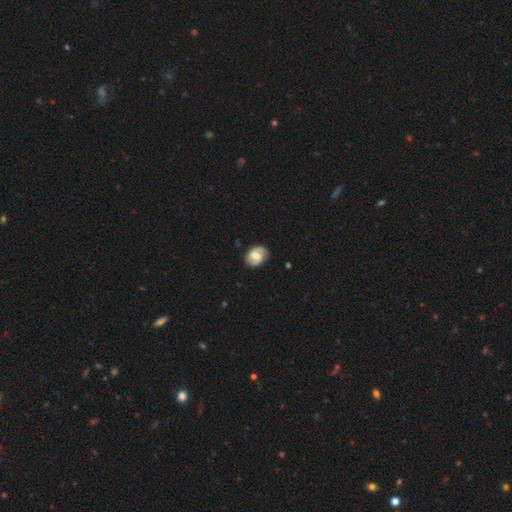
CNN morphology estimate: The model was most divided on "spiral winding": medium: 45%, tight: 35%, loose: 20%. Remaining: edge-on disk — no (97%); spiral arms — yes (88%); spiral arm count — 2 (84%); merging — none (80%); bulge size — moderate (65%); smooth or featured — featured or disk (64%); bar — weak (49%).